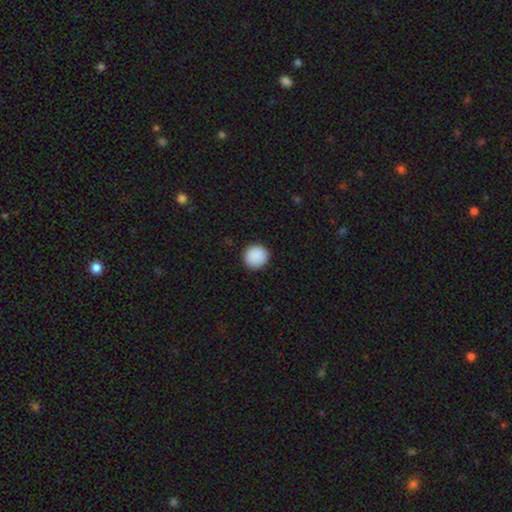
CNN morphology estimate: A smooth galaxy with no disk features (90%) that is round (94%). Merging: none (92%).